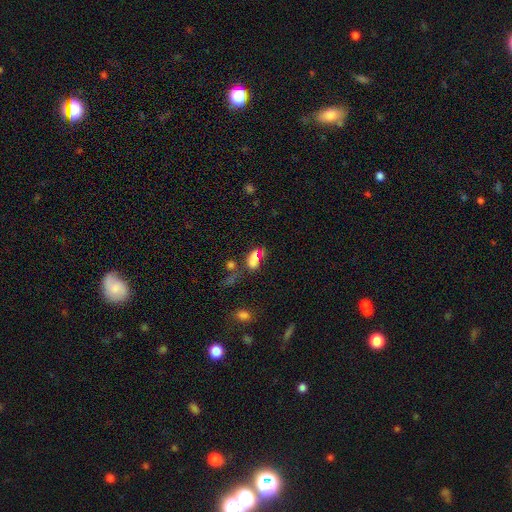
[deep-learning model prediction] This is possibly a smooth galaxy (58%). How rounded: likely in between (61%). Merging: possibly merger (53%).